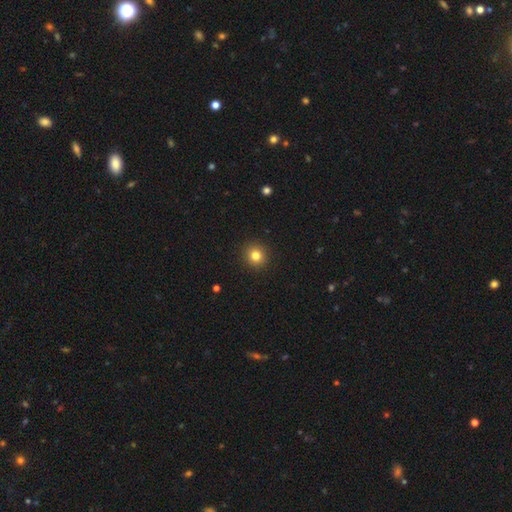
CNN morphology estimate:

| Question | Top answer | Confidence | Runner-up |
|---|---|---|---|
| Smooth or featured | smooth | 82% | star or artifact (12%) |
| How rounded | round | 91% | in between (8%) |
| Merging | none | 93% | minor disturbance (5%) |